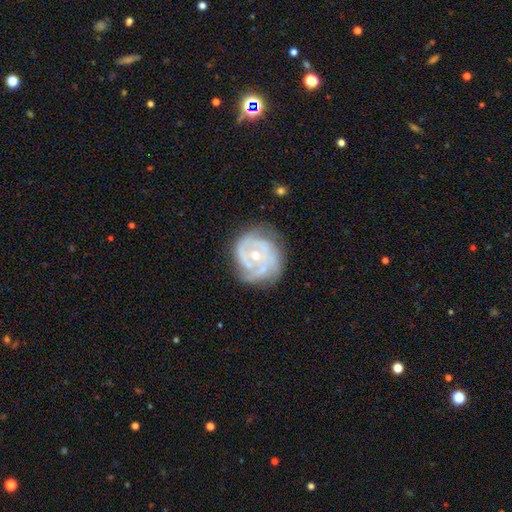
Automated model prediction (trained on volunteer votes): smooth_or_featured: featured or disk (p=0.81) [alt: smooth p=0.13]
disk_edge_on: no (p=0.98) [alt: yes p=0.02]
bar: no (p=0.74) [alt: weak p=0.21]
has_spiral_arms: yes (p=0.85) [alt: no p=0.15]
spiral_winding: tight (p=0.61) [alt: medium p=0.29]
spiral_arm_count: can't tell (p=0.31) [alt: 2 p=0.29]
bulge_size: small (p=0.53) [alt: moderate p=0.44]
merging: none (p=0.56) [alt: minor disturbance p=0.25]